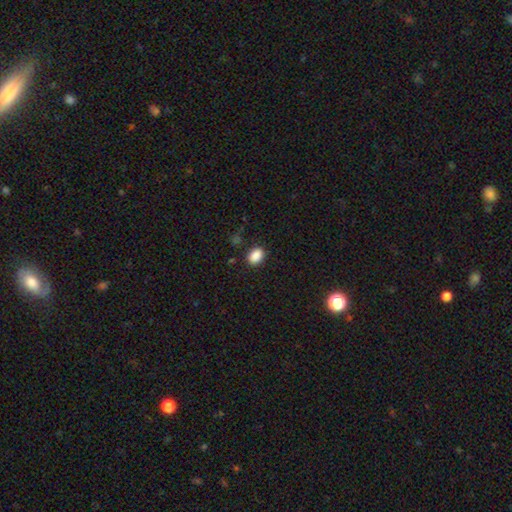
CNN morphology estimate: smooth 88%, star or artifact 9%, featured or disk 3%. Down the decision tree: how rounded — in between (73%); merging — none (85%).